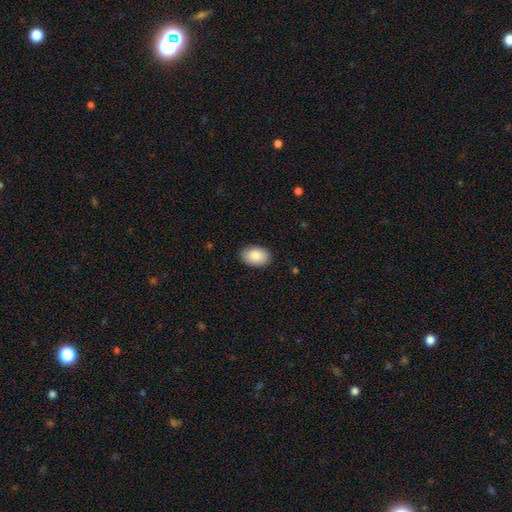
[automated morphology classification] smooth 90%, star or artifact 6%, featured or disk 4%. Down the decision tree: how rounded — in between (88%); merging — none (87%).